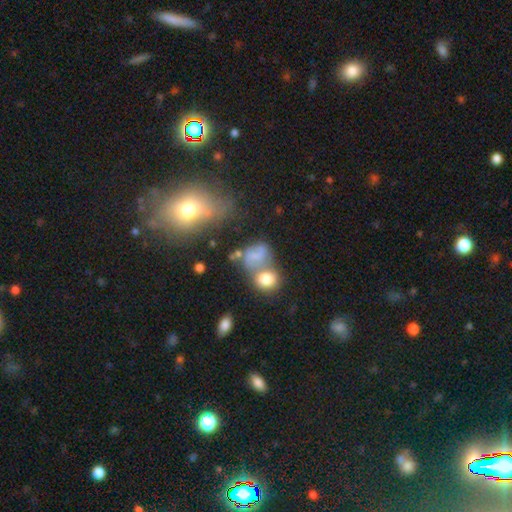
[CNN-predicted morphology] smooth_or_featured: smooth (p=0.49) [alt: featured or disk p=0.35]
merging: merger (p=0.41) [alt: none p=0.26]